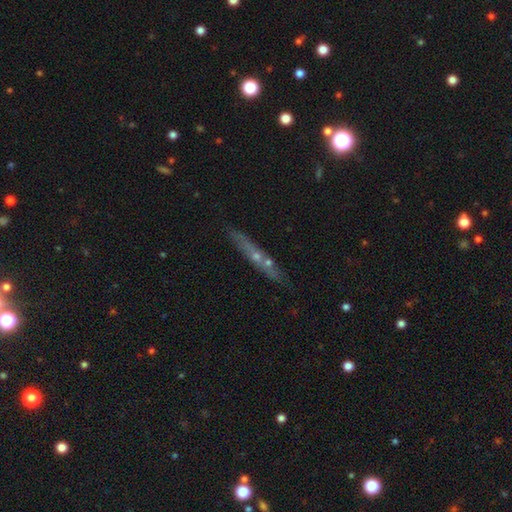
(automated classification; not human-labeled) smooth_or_featured: featured or disk (p=0.54) [alt: smooth p=0.34]
disk_edge_on: yes (p=0.82) [alt: no p=0.18]
merging: none (p=0.76) [alt: minor disturbance p=0.13]